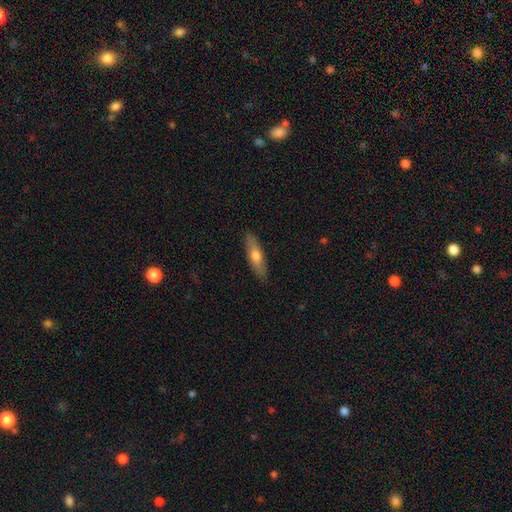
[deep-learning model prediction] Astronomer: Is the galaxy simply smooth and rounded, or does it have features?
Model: smooth — 62%.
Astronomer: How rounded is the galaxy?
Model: cigar-shaped — 60% (runner-up: in between, 38%).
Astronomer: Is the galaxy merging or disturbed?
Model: none — 88%.